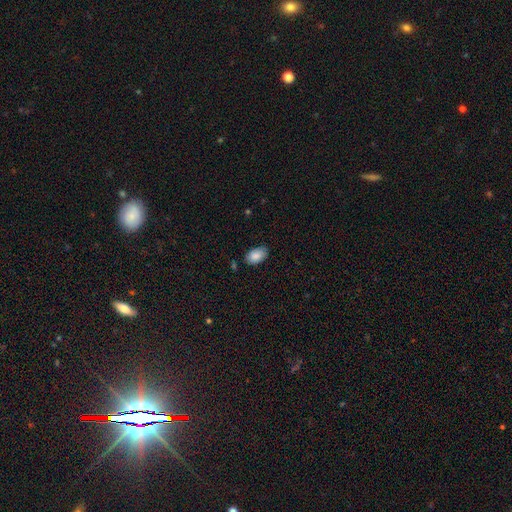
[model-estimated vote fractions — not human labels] Q: Smooth or featured?
A: smooth (87%); runner-up: star or artifact (7%)
Q: How rounded?
A: in between (93%); runner-up: round (6%)
Q: Merging?
A: none (80%); runner-up: minor disturbance (15%)